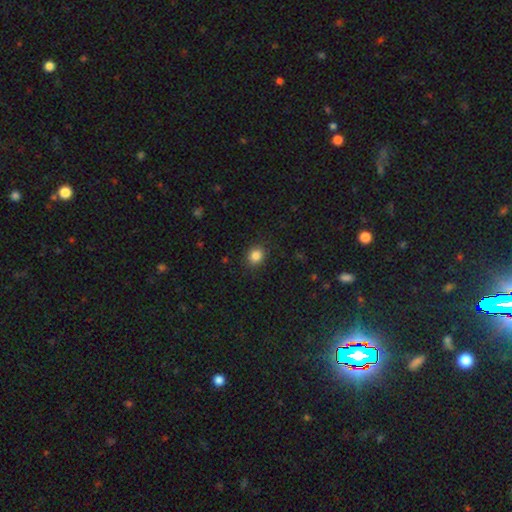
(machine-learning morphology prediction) Q: Smooth or featured?
A: smooth (85%); runner-up: star or artifact (11%)
Q: How rounded?
A: round (73%); runner-up: in between (26%)
Q: Merging?
A: none (89%); runner-up: minor disturbance (8%)